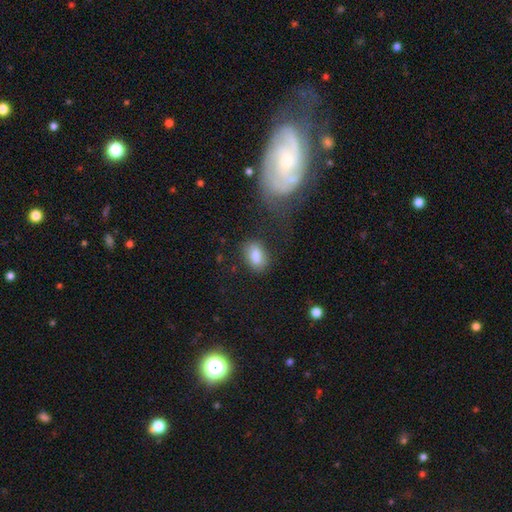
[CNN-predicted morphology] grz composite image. It shows a smooth galaxy with no disk features (83%) that is in between round and cigar-shaped (85%). Merging: none (72%).